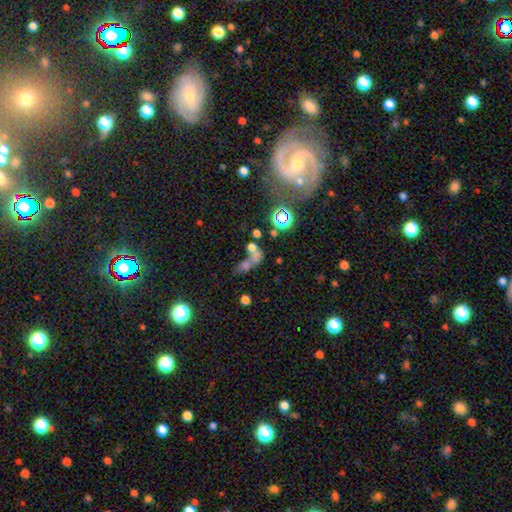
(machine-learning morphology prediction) featured or disk 51%, smooth 28%, star or artifact 20%. Down the decision tree: edge-on disk — no (91%); merging — none (48%).